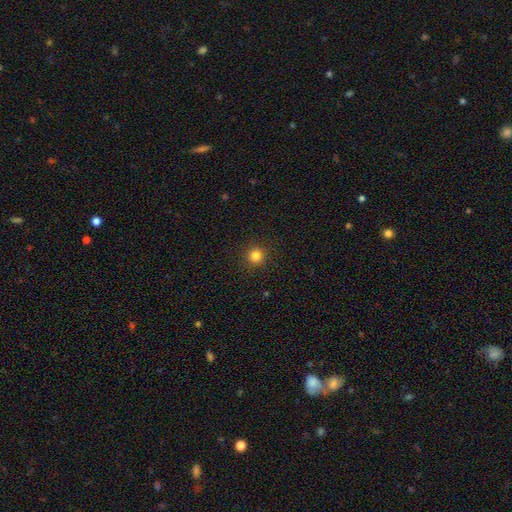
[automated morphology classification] smooth_or_featured: smooth (p=0.82) [alt: star or artifact p=0.13]
how_rounded: round (p=0.94) [alt: in between p=0.05]
merging: none (p=0.92) [alt: minor disturbance p=0.05]